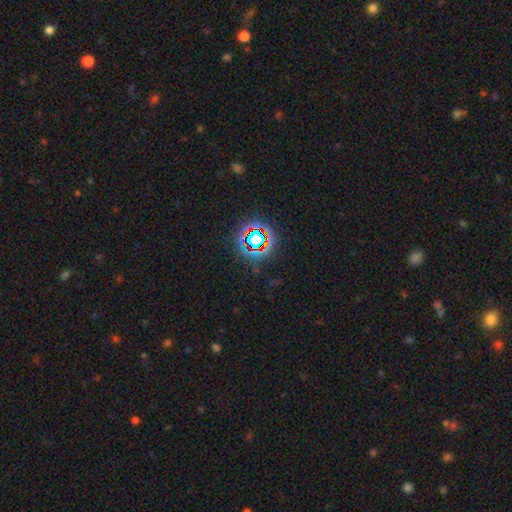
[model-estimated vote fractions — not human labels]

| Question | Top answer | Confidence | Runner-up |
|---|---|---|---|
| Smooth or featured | star or artifact | 76% | smooth (14%) |